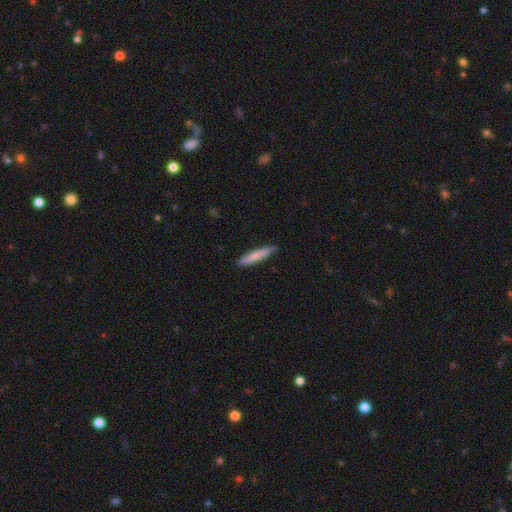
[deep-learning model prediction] Morphology: type=smooth (80%); roundness=cigar-shaped (90%); merging=none (85%).